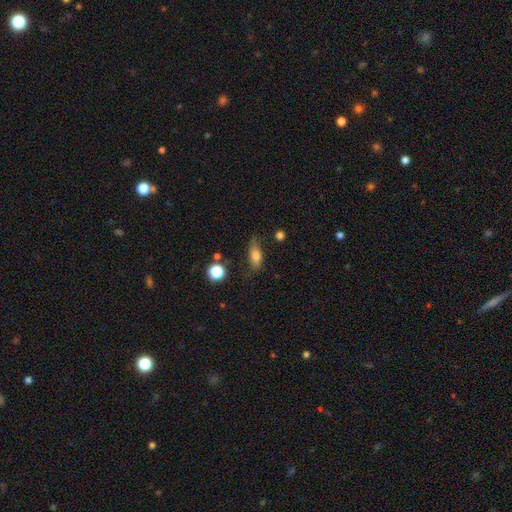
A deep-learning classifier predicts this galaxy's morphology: Smooth or featured?
  - smooth: 78% *
  - featured or disk: 13%
  - star or artifact: 10%
How rounded?
  - in between: 77% *
  - cigar-shaped: 14%
  - round: 8%
Merging?
  - none: 64% *
  - minor disturbance: 25%
  - major disturbance: 8%
  - merger: 3%